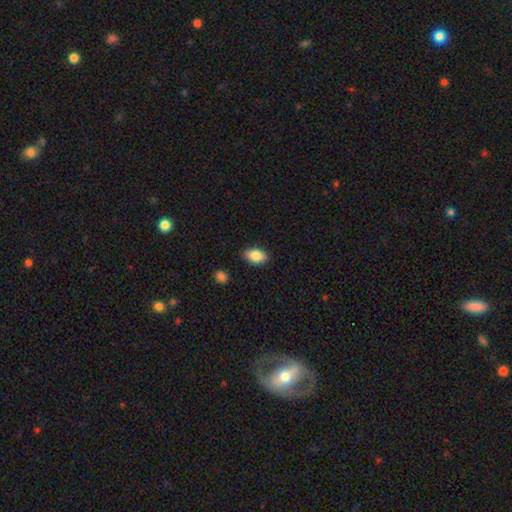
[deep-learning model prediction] Overall: smooth (86%). How rounded: in between (90%). Merging: none (87%).